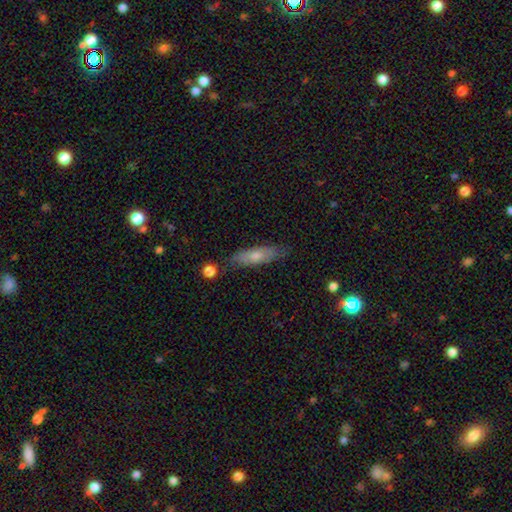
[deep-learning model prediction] A smooth galaxy with no disk features (59%) that is cigar-shaped (57%).

Vote fractions:
- Smooth or featured? smooth: 59% / featured or disk: 34% / star or artifact: 7%
- How rounded? cigar-shaped: 57% / in between: 40% / round: 2%
- Merging? none: 79% / minor disturbance: 16% / major disturbance: 3% / merger: 3%